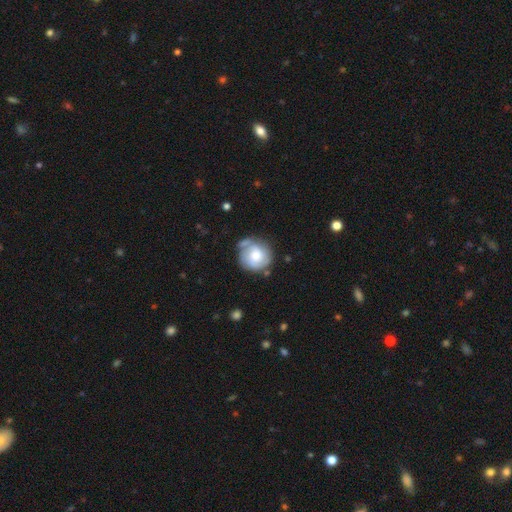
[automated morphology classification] smooth-or-featured: smooth: 47% | featured or disk: 46% | star or artifact: 7%
  merging: none: 59% | minor disturbance: 23% | merger: 10% | major disturbance: 9%